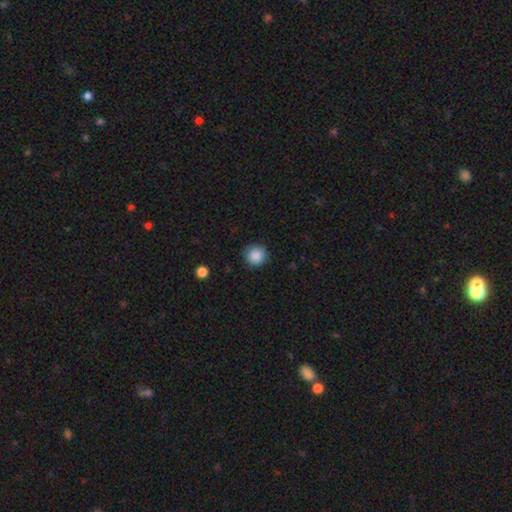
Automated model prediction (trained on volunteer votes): A smooth galaxy with no disk features (88%) that is round (93%). Merging: none (90%).